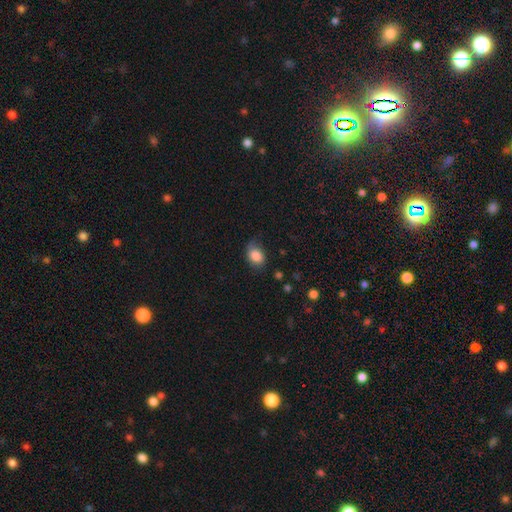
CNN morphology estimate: smooth 84%, featured or disk 8%, star or artifact 8%. Down the decision tree: how rounded — in between (70%); merging — none (60%).